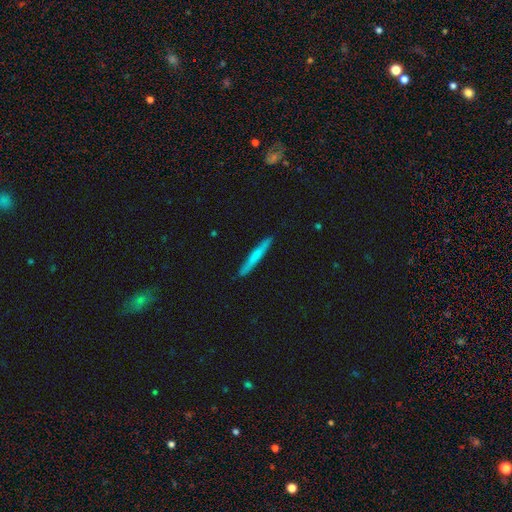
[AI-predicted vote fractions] Smooth or featured?
  - smooth: 66% *
  - featured or disk: 29%
  - star or artifact: 6%
How rounded?
  - cigar-shaped: 96% *
  - in between: 3%
  - round: 1%
Merging?
  - none: 90% *
  - minor disturbance: 7%
  - major disturbance: 1%
  - merger: 1%